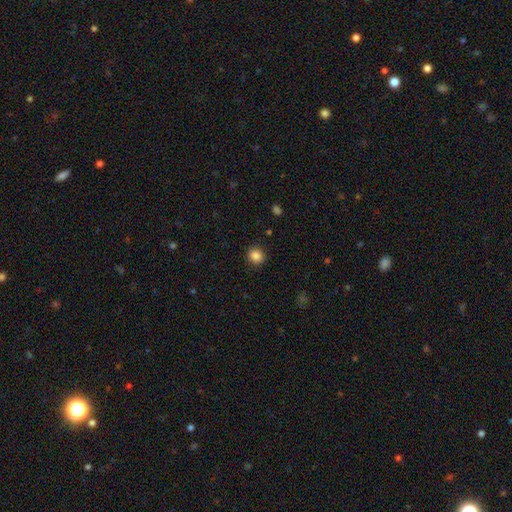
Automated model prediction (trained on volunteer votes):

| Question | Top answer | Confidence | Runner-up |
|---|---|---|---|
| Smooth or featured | smooth | 86% | star or artifact (10%) |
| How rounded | round | 89% | in between (10%) |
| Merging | none | 91% | minor disturbance (6%) |